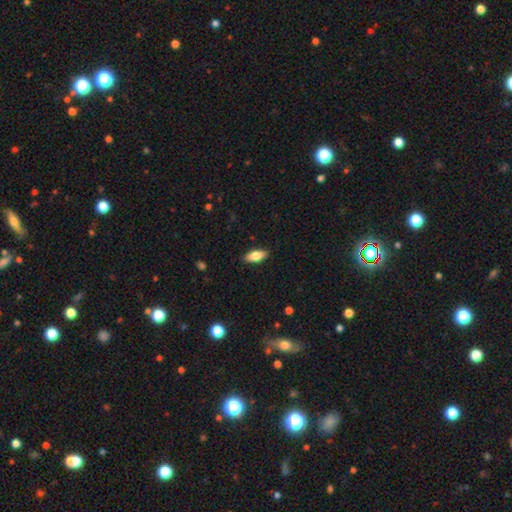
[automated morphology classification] smooth-or-featured: smooth: 76% | featured or disk: 17% | star or artifact: 6%
  how-rounded: in between: 84% | cigar-shaped: 13% | round: 3%
  merging: none: 89% | minor disturbance: 9% | major disturbance: 2% | merger: 1%